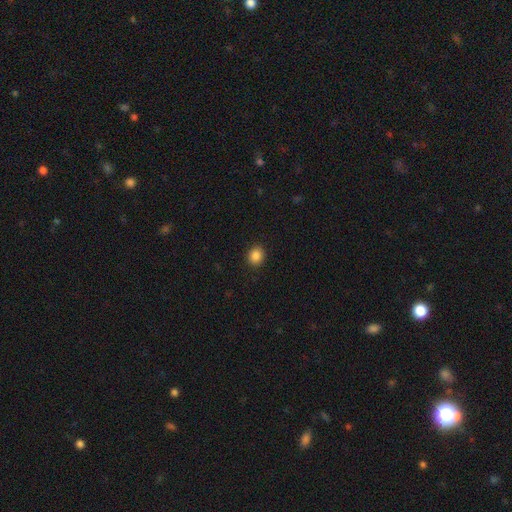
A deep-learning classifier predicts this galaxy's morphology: Smooth or featured: smooth — 87% (star or artifact — 10%)
How rounded: round — 73% (in between — 26%)
Merging: none — 91% (minor disturbance — 6%)